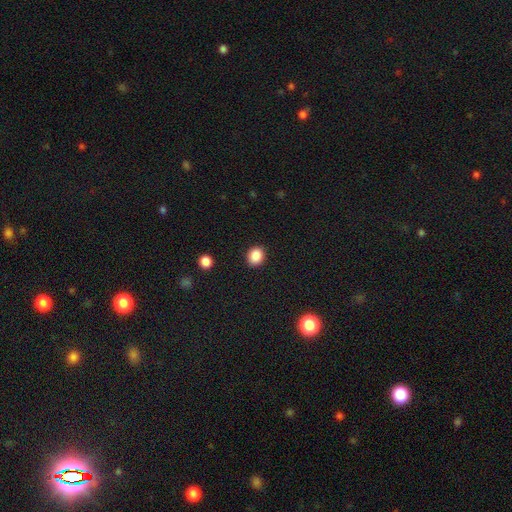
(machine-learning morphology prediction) Smooth or featured?
  - smooth: 88% *
  - star or artifact: 9%
  - featured or disk: 3%
How rounded?
  - round: 59% *
  - in between: 40%
  - cigar-shaped: 1%
Merging?
  - none: 89% *
  - minor disturbance: 7%
  - major disturbance: 2%
  - merger: 1%